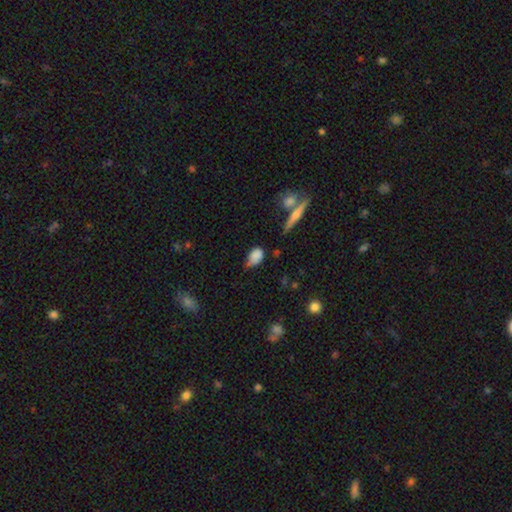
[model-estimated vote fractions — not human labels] A smooth galaxy with no disk features (80%) that is in between round and cigar-shaped (82%).

Vote fractions:
- Smooth or featured? smooth: 80% / featured or disk: 11% / star or artifact: 9%
- How rounded? in between: 82% / round: 15% / cigar-shaped: 3%
- Merging? minor disturbance: 46% / none: 35% / major disturbance: 13% / merger: 5%